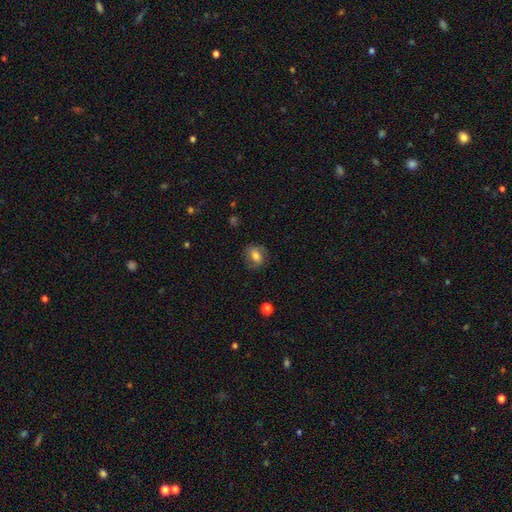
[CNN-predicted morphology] type=smooth (65%); roundness=in between (50%); merging=none (74%).